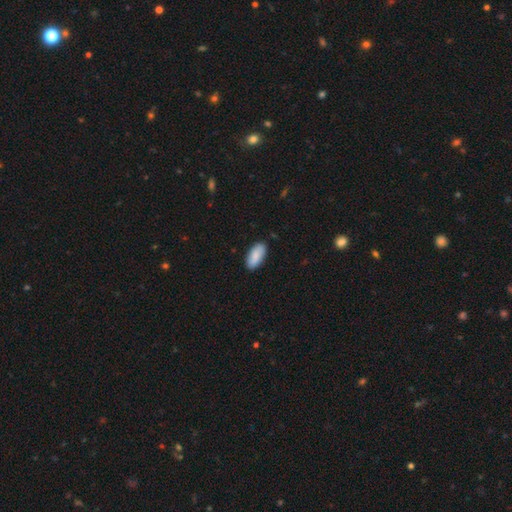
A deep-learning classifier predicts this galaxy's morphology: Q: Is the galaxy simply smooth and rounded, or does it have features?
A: smooth — 87%.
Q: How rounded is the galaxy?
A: in between — 90%.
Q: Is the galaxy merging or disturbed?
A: none — 88%.